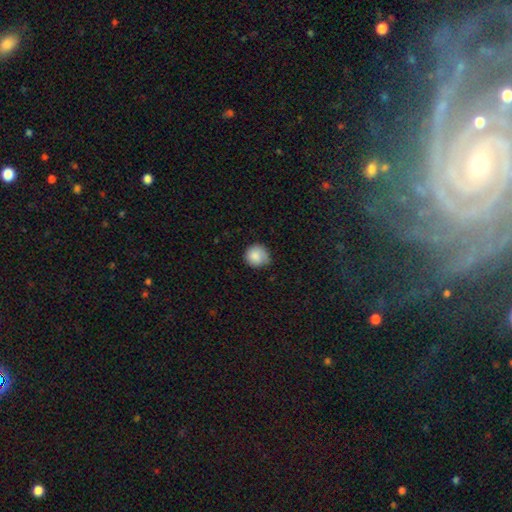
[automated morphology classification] This appears to be a smooth galaxy with no disk features (84%) that is round (89%). Merging: none (64%).